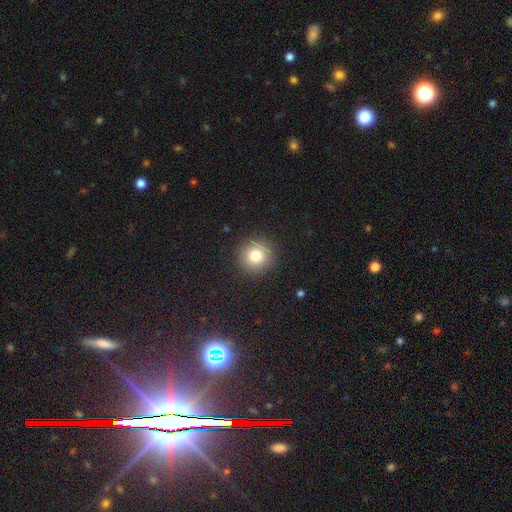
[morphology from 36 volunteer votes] This appears to be a smooth galaxy with no disk features (86%) that is round (100%). Merging: none (100%).